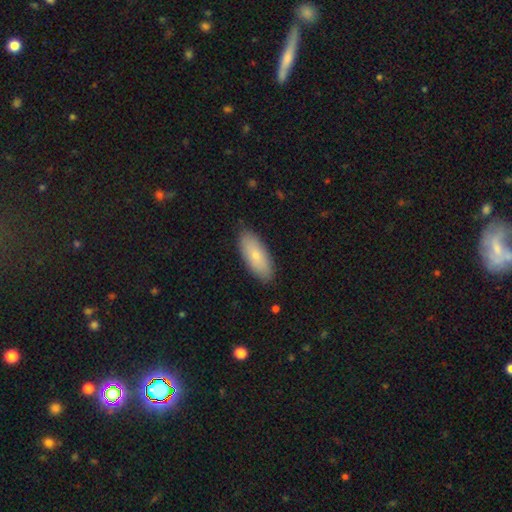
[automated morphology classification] type=smooth (79%); roundness=in between (80%); merging=none (87%).